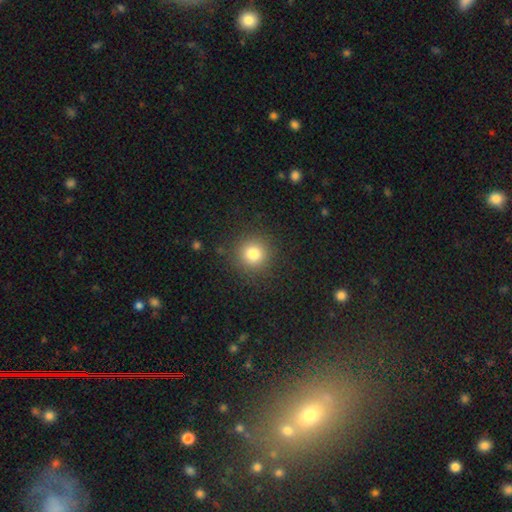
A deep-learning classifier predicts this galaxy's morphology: Smooth or featured: smooth — 78% (star or artifact — 15%)
How rounded: round — 95% (in between — 4%)
Merging: none — 92% (minor disturbance — 5%)